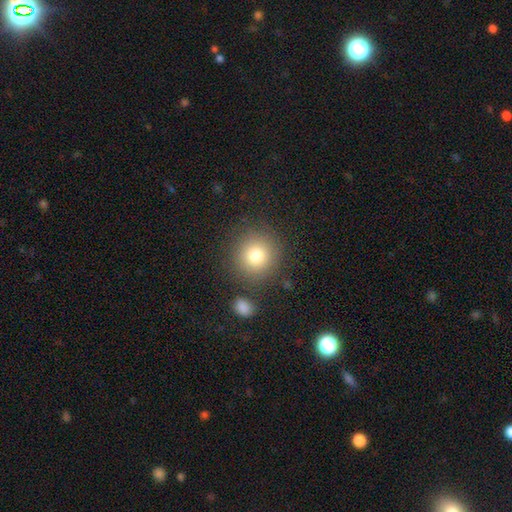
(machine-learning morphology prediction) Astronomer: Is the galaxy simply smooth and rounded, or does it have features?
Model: smooth — 79%.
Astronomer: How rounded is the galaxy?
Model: round — 92%.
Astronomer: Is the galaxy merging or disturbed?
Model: none — 83%.